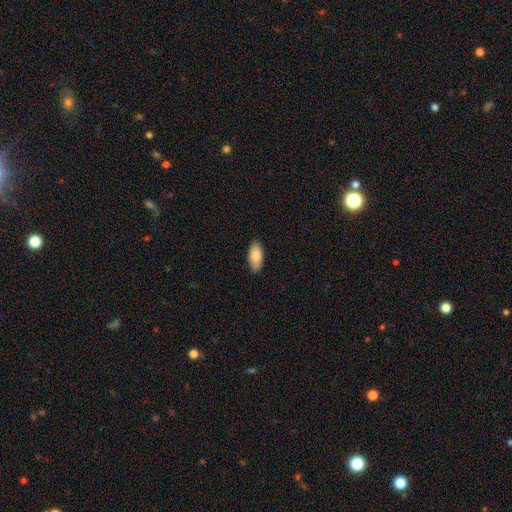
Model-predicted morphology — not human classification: smooth-or-featured: smooth: 86% | featured or disk: 8% | star or artifact: 6%
  how-rounded: in between: 89% | cigar-shaped: 9% | round: 2%
  merging: none: 85% | minor disturbance: 12% | major disturbance: 2% | merger: 1%